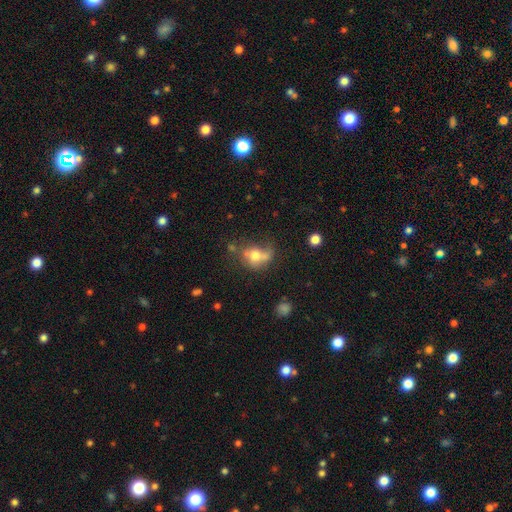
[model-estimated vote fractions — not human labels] smooth 61%, featured or disk 26%, star or artifact 13%. Down the decision tree: how rounded — in between (53%); merging — none (31%).